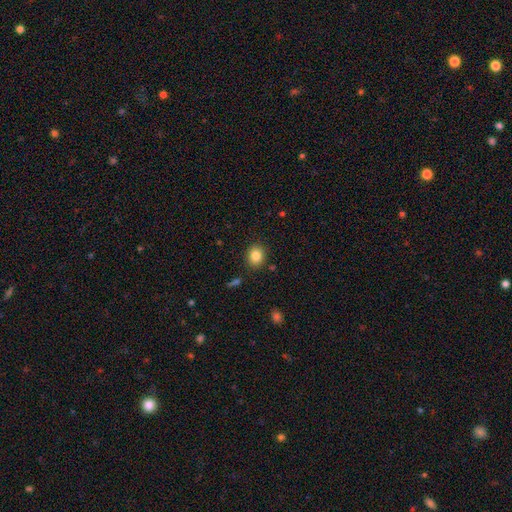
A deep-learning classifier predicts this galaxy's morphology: The model was most divided on "how rounded": round: 64%, in between: 35%, cigar-shaped: 1%. More confident: merging — none (87%); smooth or featured — smooth (85%).